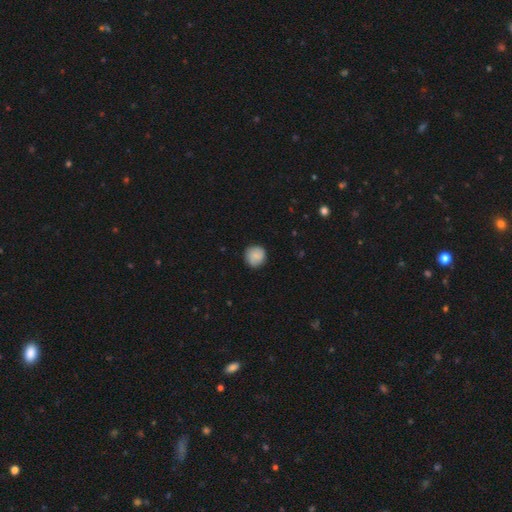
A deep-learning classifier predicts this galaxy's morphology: This is likely a smooth galaxy (75%). How rounded: clearly round (91%). Merging: clearly none (84%).